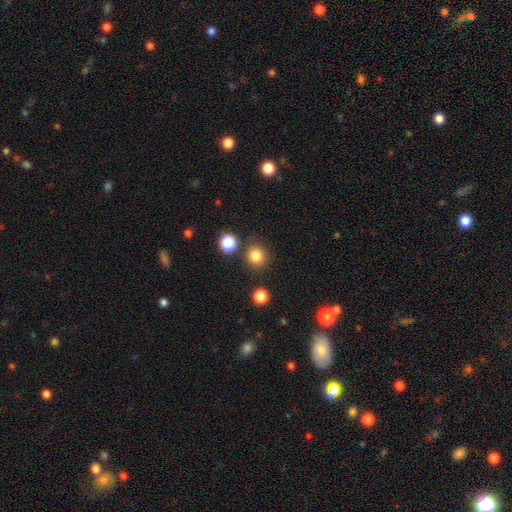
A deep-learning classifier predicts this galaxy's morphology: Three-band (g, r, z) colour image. It shows a smooth galaxy with no disk features (82%) that is round (91%). Merging: none (85%).